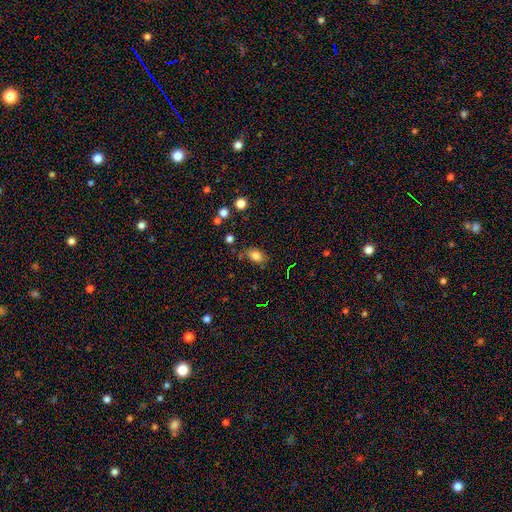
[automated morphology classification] A smooth galaxy with no disk features (82%) that is in between round and cigar-shaped (78%). Merging: none (69%).